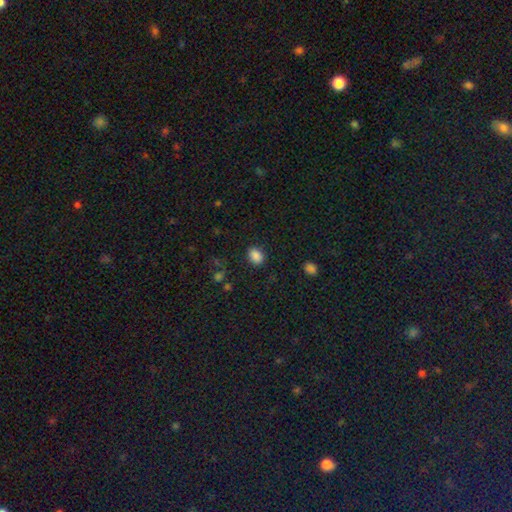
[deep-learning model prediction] Smooth or featured? smooth (87%)
How rounded? in between (66%)
Merging? none (86%)